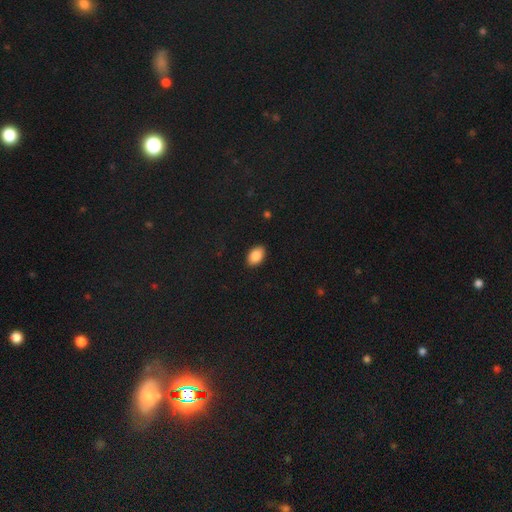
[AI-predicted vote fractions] Overall: smooth (87%). How rounded: in between (90%). Merging: none (89%).